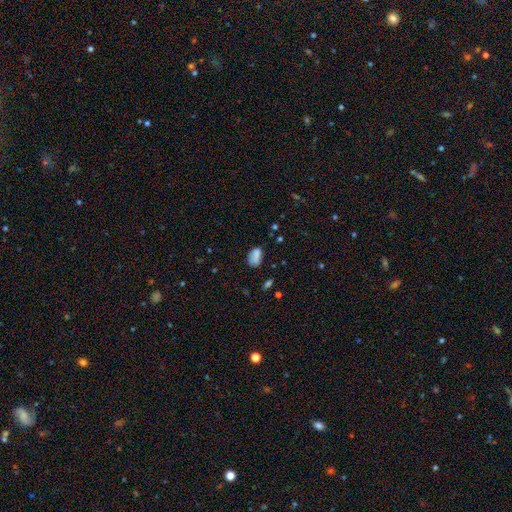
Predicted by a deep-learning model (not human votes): smooth 75%, featured or disk 14%, star or artifact 11%. Down the decision tree: how rounded — in between (85%); merging — none (51%).